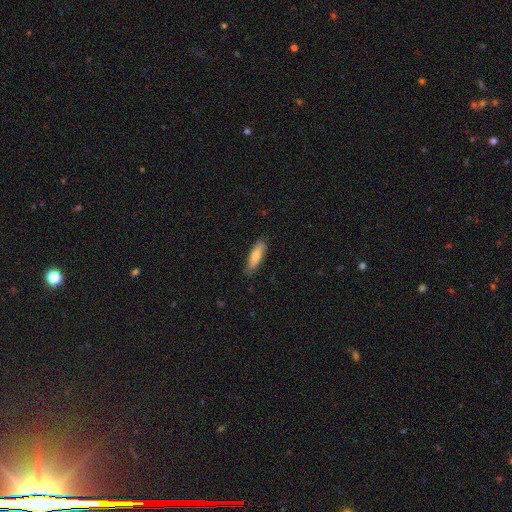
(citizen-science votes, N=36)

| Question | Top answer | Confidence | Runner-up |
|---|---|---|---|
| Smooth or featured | smooth | 69% | featured or disk (28%) |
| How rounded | in between | 56% | cigar-shaped (44%) |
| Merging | none | 89% | minor disturbance (11%) |